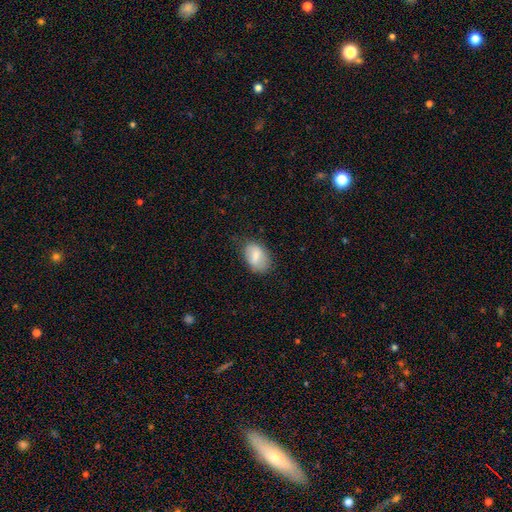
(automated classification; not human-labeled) Q: Smooth or featured?
A: smooth (76%); runner-up: featured or disk (17%)
Q: How rounded?
A: in between (89%); runner-up: round (10%)
Q: Merging?
A: none (68%); runner-up: minor disturbance (24%)